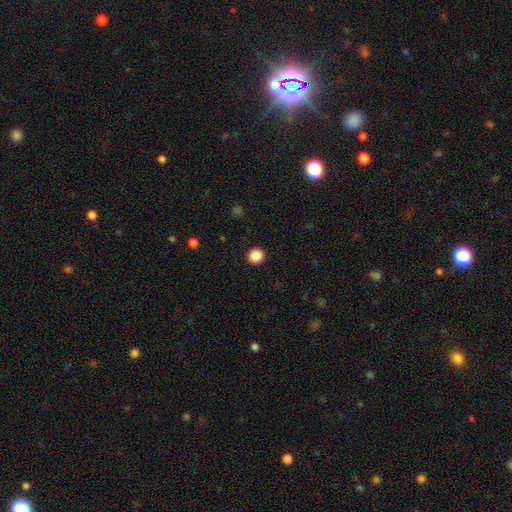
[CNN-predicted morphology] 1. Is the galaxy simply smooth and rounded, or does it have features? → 87% smooth, 10% star or artifact, 3% featured or disk.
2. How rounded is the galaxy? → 94% round, 5% in between, 1% cigar-shaped.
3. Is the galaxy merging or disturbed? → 93% none, 4% minor disturbance, 2% major disturbance, 1% merger.